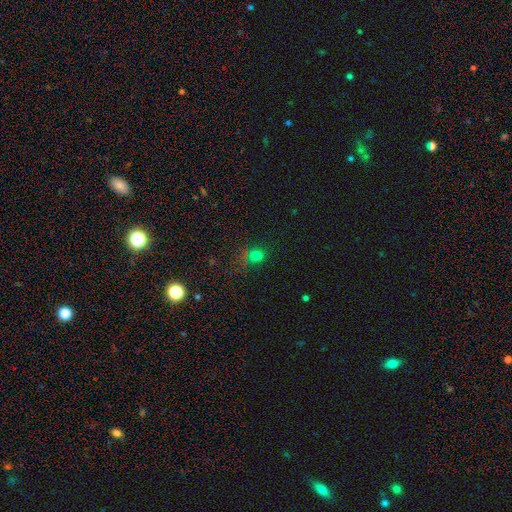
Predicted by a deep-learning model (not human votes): Morphology: type=smooth (63%); roundness=in between (58%); merging=none (53%).